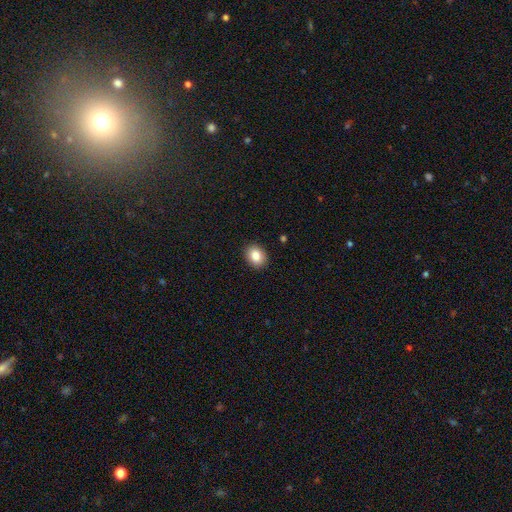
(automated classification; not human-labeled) Overall: smooth (85%). How rounded: in between (51%; round 49%). Merging: none (91%).